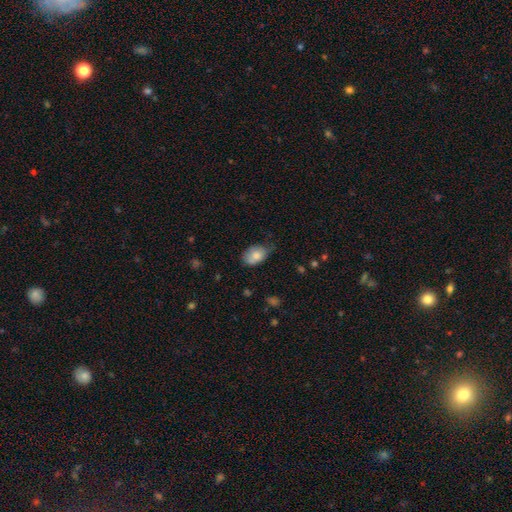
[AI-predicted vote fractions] Q: Smooth or featured?
A: smooth (80%); runner-up: featured or disk (13%)
Q: How rounded?
A: in between (85%); runner-up: round (14%)
Q: Merging?
A: none (49%); runner-up: minor disturbance (39%)